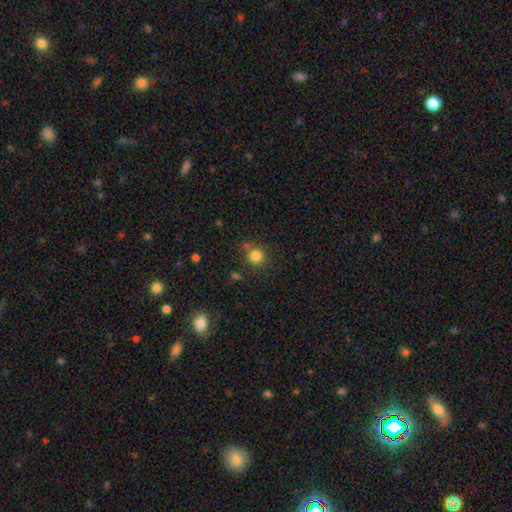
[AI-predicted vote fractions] Morphology: type=smooth (83%); roundness=round (91%); merging=none (75%).